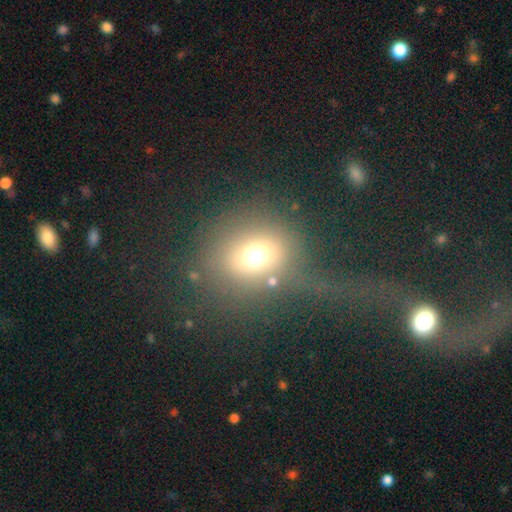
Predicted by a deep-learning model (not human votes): Smooth or featured?
  - smooth: 66% *
  - star or artifact: 19%
  - featured or disk: 14%
How rounded?
  - round: 76% *
  - in between: 23%
  - cigar-shaped: 1%
Merging?
  - none: 63% *
  - major disturbance: 17%
  - minor disturbance: 14%
  - merger: 6%